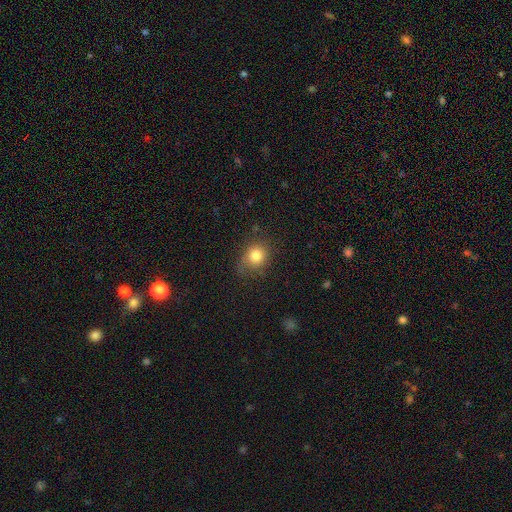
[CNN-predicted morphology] Overall: smooth (81%). How rounded: round (69%; in between 30%). Merging: none (74%).